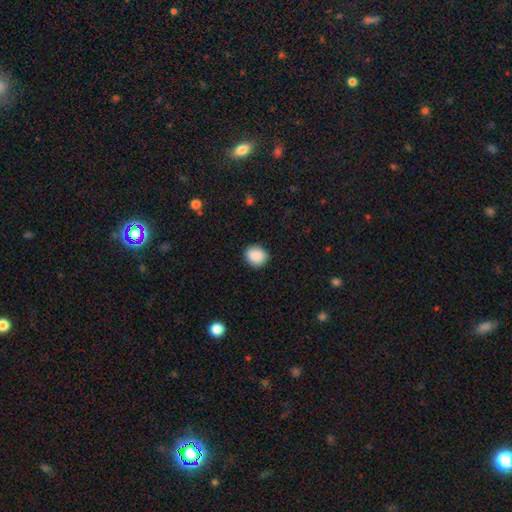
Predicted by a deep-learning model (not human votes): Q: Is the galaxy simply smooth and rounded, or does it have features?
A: smooth — 89%.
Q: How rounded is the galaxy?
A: round — 71%.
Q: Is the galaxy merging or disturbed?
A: none — 87%.